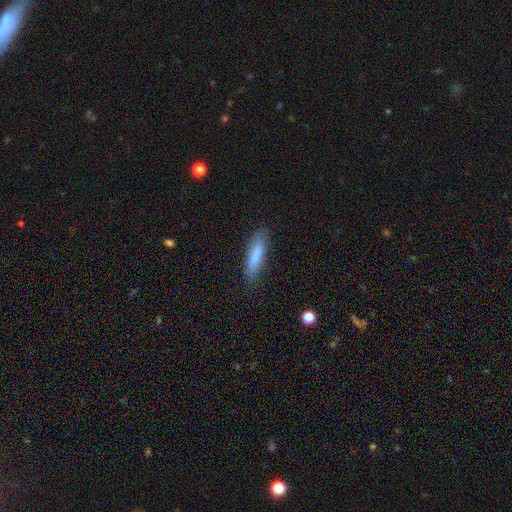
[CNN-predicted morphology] This is clearly a smooth galaxy (82%). How rounded: likely cigar-shaped (74%). Merging: clearly none (83%).